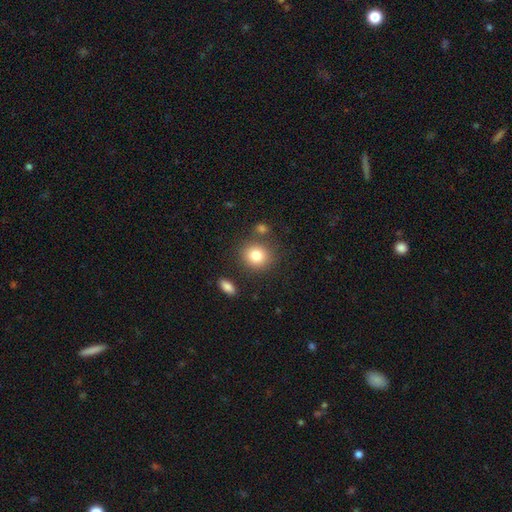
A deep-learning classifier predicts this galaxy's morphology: Smooth or featured?
  - smooth: 82% *
  - star or artifact: 9%
  - featured or disk: 9%
How rounded?
  - round: 81% *
  - in between: 18%
  - cigar-shaped: 1%
Merging?
  - none: 76% *
  - minor disturbance: 11%
  - merger: 10%
  - major disturbance: 4%